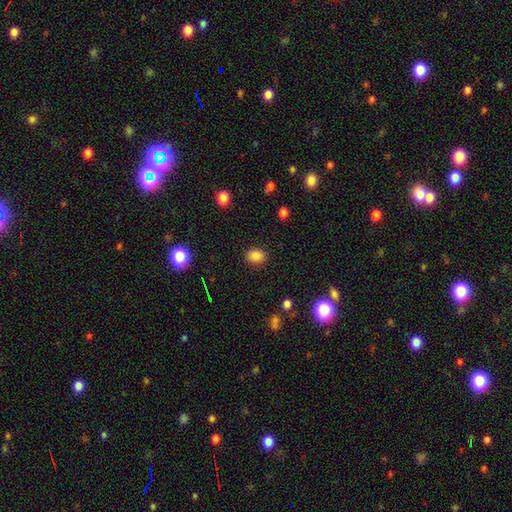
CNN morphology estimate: The model was most divided on "how rounded": in between: 59%, round: 40%, cigar-shaped: 1%. More confident: merging — none (87%); smooth or featured — smooth (84%).